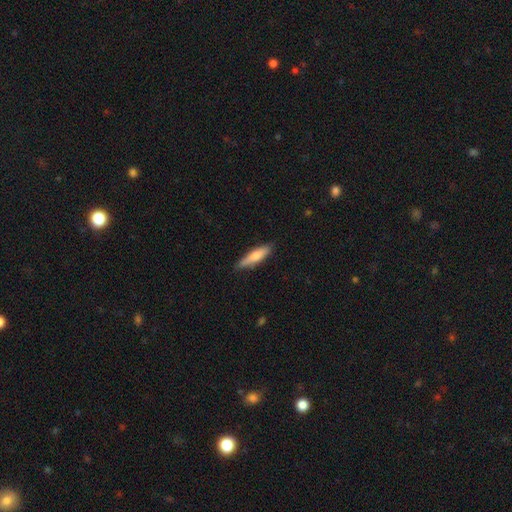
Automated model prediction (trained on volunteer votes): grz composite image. It shows a smooth galaxy with no disk features (66%) that is cigar-shaped (74%). Merging: none (83%).